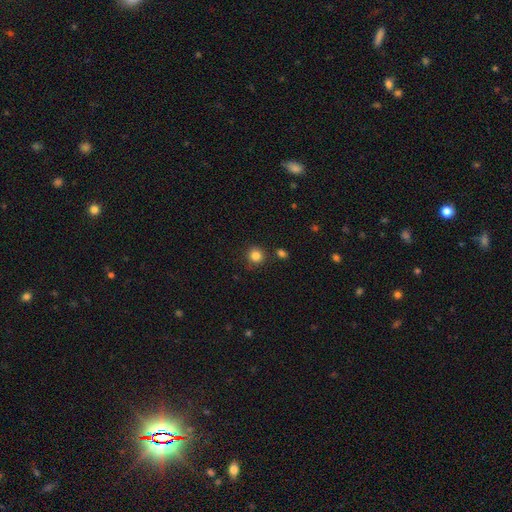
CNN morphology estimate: Overall: smooth (84%). How rounded: round (92%). Merging: none (85%).